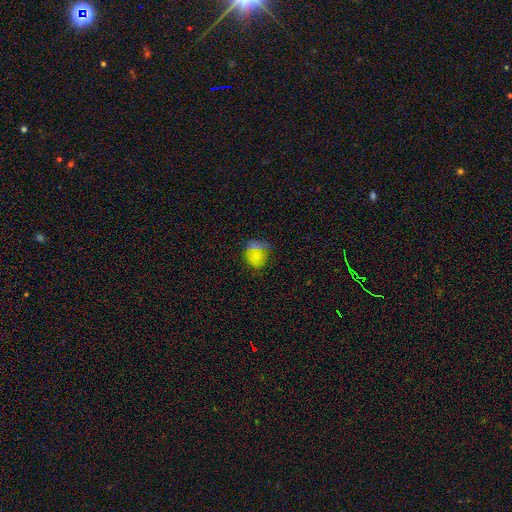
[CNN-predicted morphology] Overall: smooth (68%). How rounded: round (74%). Merging: none (71%).